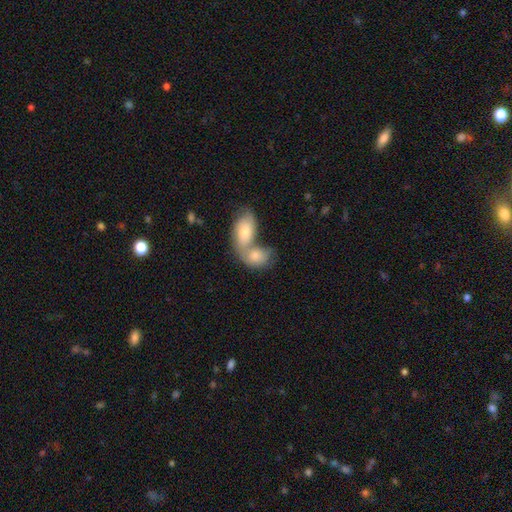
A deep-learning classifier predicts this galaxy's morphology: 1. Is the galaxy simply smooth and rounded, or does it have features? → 72% smooth, 22% featured or disk, 6% star or artifact.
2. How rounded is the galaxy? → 82% in between, 16% round, 3% cigar-shaped.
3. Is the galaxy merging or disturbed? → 75% merger, 15% none, 6% minor disturbance, 4% major disturbance.